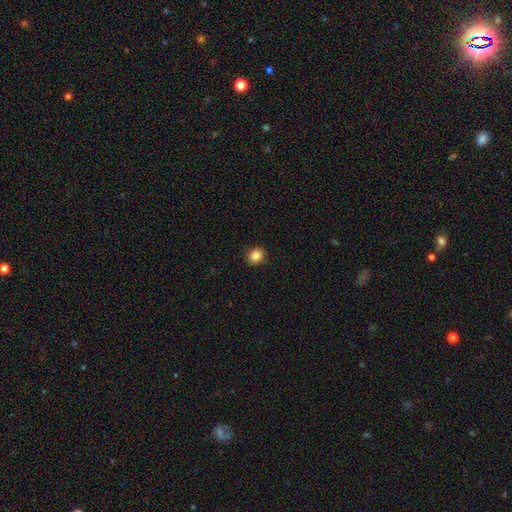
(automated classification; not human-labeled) Smooth or featured? Predicted: smooth (p=0.85). How rounded? Predicted: round (p=0.79). Merging? Predicted: none (p=0.92).